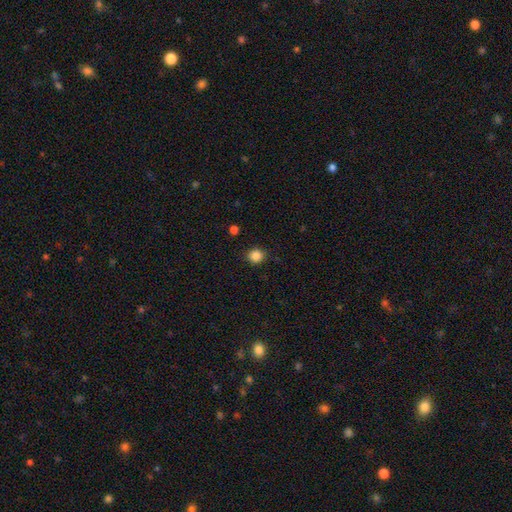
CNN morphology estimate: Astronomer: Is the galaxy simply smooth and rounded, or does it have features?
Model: smooth — 86%.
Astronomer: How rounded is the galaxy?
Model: round — 91%.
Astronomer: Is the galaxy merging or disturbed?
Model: none — 90%.